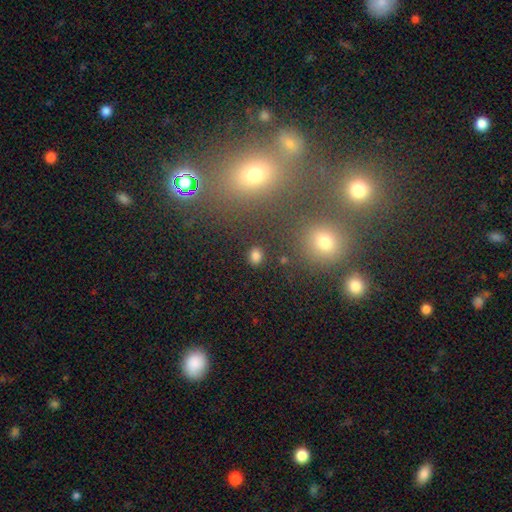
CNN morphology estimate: Smooth or featured: smooth — 79% (star or artifact — 16%)
How rounded: round — 58% (in between — 40%)
Merging: none — 87% (minor disturbance — 7%)